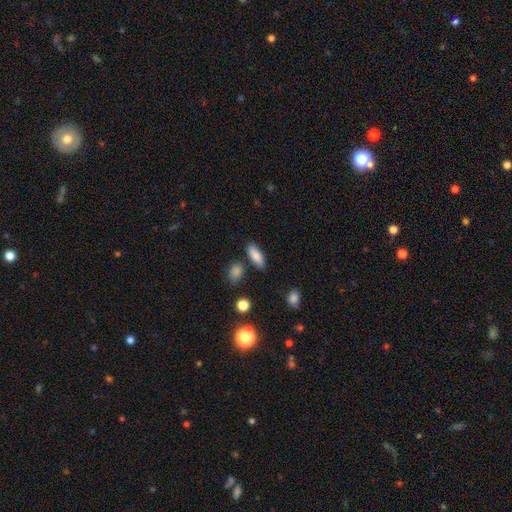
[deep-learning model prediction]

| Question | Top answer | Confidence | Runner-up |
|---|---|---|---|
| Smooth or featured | smooth | 82% | featured or disk (10%) |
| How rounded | in between | 72% | cigar-shaped (24%) |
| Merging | none | 81% | minor disturbance (11%) |